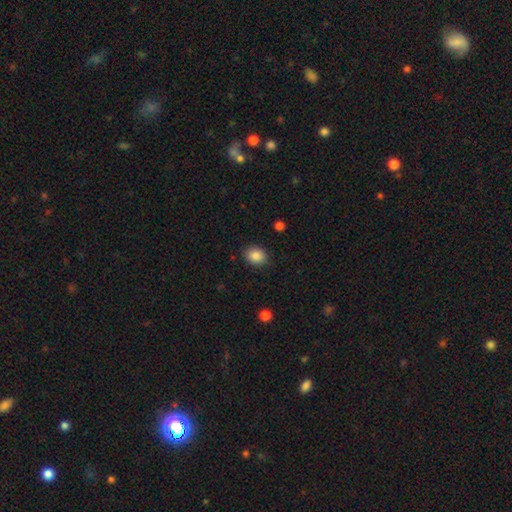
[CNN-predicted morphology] smooth-or-featured: smooth: 87% | star or artifact: 9% | featured or disk: 4%
  how-rounded: in between: 52% | round: 47% | cigar-shaped: 1%
  merging: none: 87% | minor disturbance: 10% | major disturbance: 3% | merger: 1%